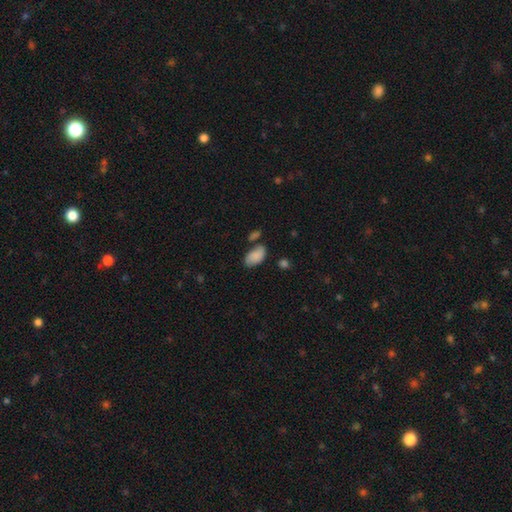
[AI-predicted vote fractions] smooth_or_featured: smooth (p=0.83) [alt: featured or disk p=0.09]
how_rounded: in between (p=0.94) [alt: round p=0.04]
merging: none (p=0.59) [alt: minor disturbance p=0.21]